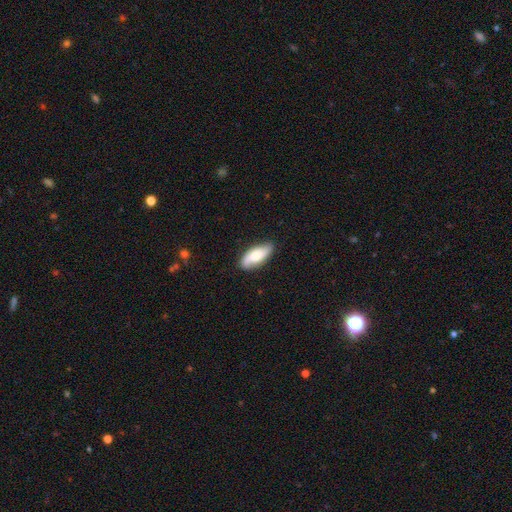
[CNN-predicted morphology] Overall: smooth (56%; featured or disk 38%). How rounded: in between (82%). Merging: none (80%).